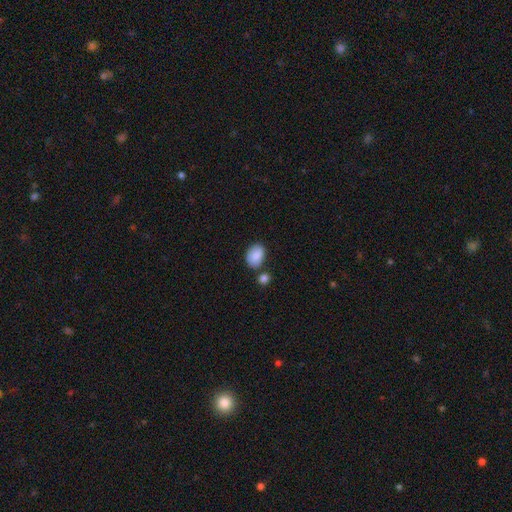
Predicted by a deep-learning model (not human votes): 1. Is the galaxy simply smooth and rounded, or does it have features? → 85% smooth, 7% star or artifact, 7% featured or disk.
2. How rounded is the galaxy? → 79% in between, 20% round, 1% cigar-shaped.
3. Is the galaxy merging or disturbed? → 65% none, 17% minor disturbance, 14% merger, 4% major disturbance.